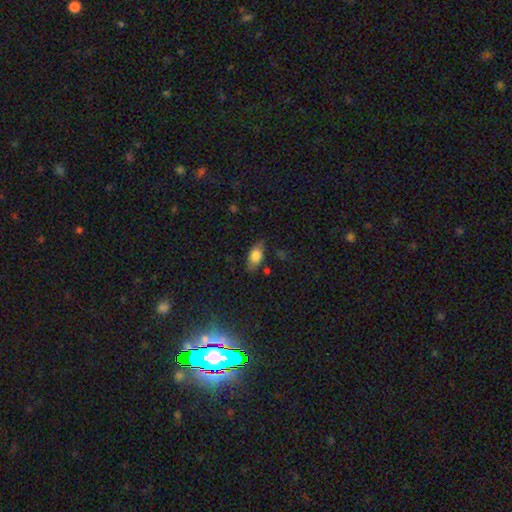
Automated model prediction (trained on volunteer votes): This is likely a smooth galaxy (74%). How rounded: clearly in between (87%). Merging: likely none (75%).